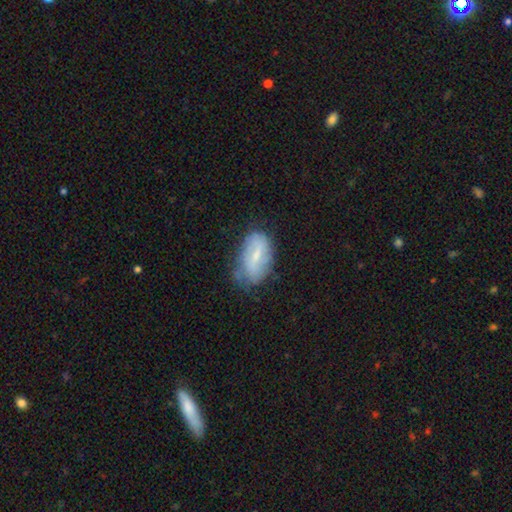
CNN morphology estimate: This is possibly a featured or disk galaxy (48%). Merging: possibly none (54%).